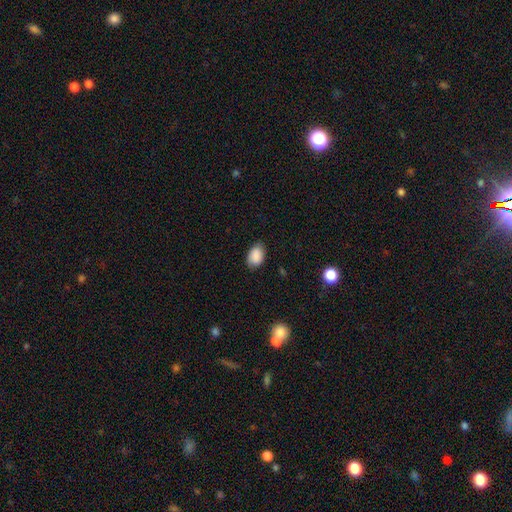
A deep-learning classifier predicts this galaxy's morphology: Smooth or featured? smooth (88%)
How rounded? in between (85%)
Merging? none (76%)